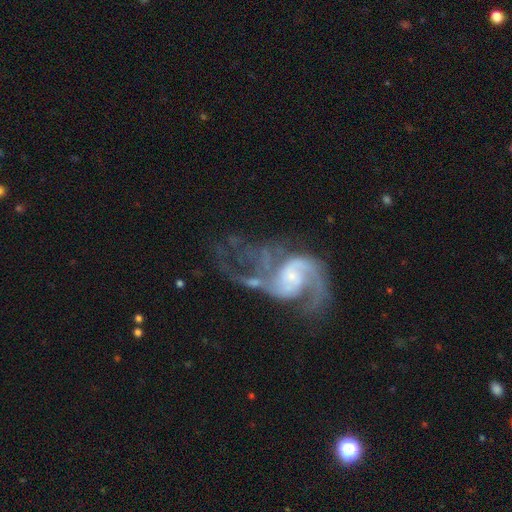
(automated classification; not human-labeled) Morphology: type=featured or disk (85%); edge-on=no (98%); bar=weak (45%); spiral arms=yes (93%); winding=medium (43%); arm count=2 (63%); bulge=small (42%); merging=major disturbance (40%).